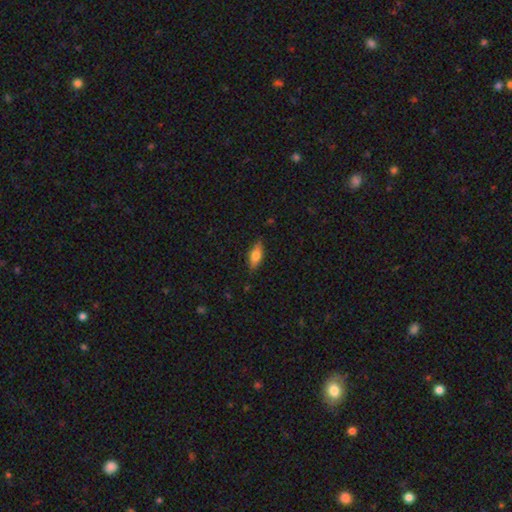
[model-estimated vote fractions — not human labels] Smooth or featured: smooth — 71% (featured or disk — 22%)
How rounded: in between — 75% (cigar-shaped — 22%)
Merging: none — 82% (minor disturbance — 14%)